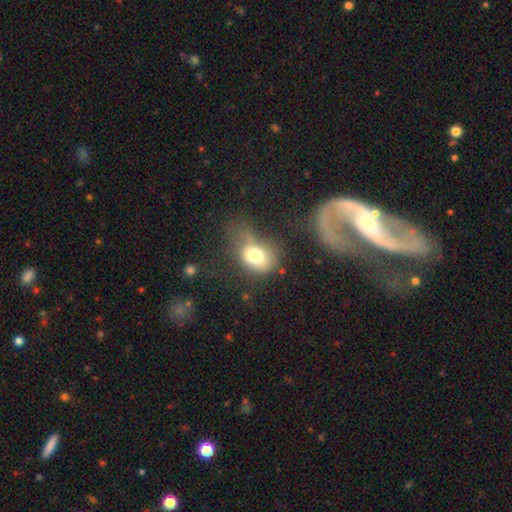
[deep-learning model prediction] A smooth galaxy with no disk features (71%) that is in between round and cigar-shaped (55%). Merging: major disturbance (36%).